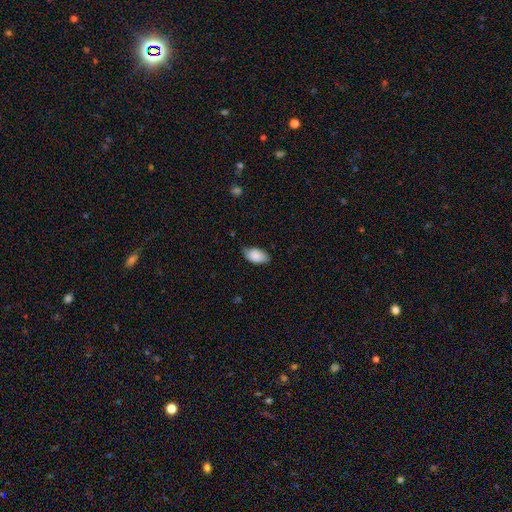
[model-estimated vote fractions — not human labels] Morphology: type=smooth (86%); roundness=in between (94%); merging=none (70%).